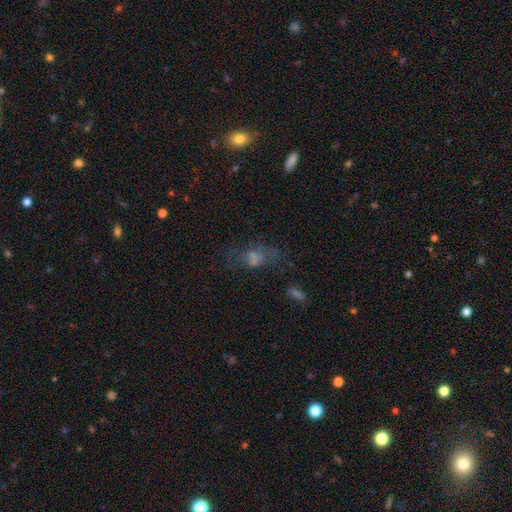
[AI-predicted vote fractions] The model was most divided on "smooth or featured": smooth: 40%, featured or disk: 34%, star or artifact: 26%. Remaining: merging — none (47%).